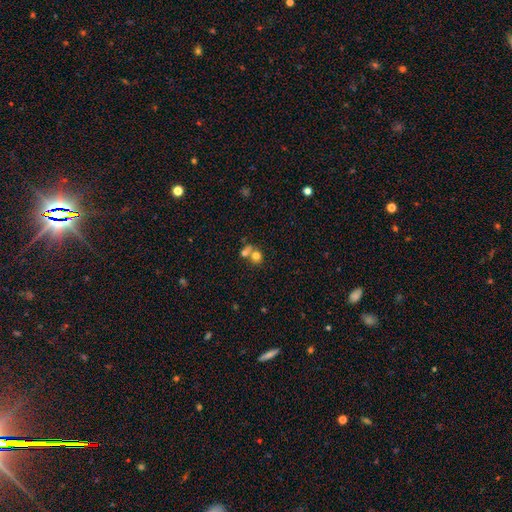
A smooth galaxy with no disk features (68%) that is round (79%). Merging: merger (57%).